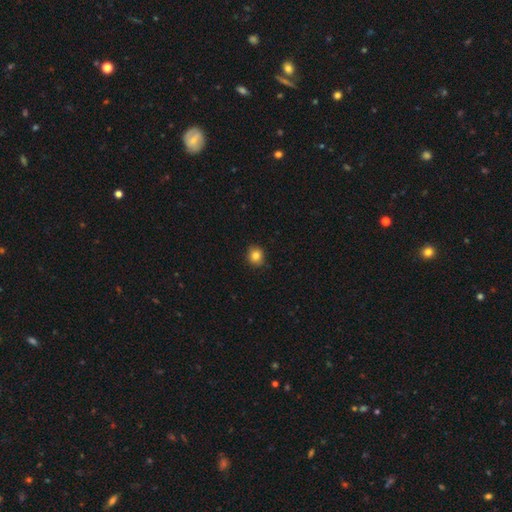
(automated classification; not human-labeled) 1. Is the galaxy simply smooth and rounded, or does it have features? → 83% smooth, 11% star or artifact, 7% featured or disk.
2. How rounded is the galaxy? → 84% round, 15% in between, 1% cigar-shaped.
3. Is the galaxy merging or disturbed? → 86% none, 11% minor disturbance, 2% major disturbance, 1% merger.